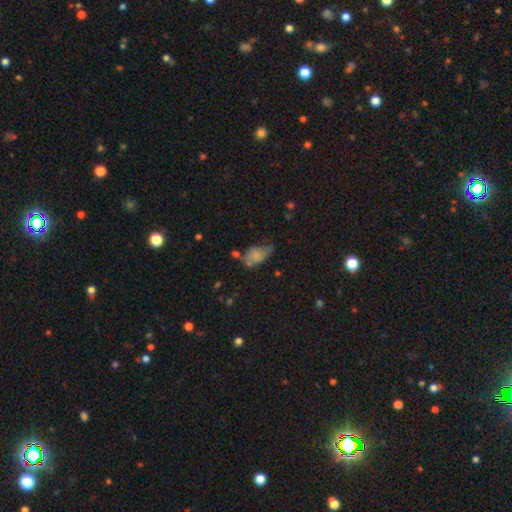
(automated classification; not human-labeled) Smooth or featured? smooth (65%)
How rounded? in between (88%)
Merging? minor disturbance (36%)